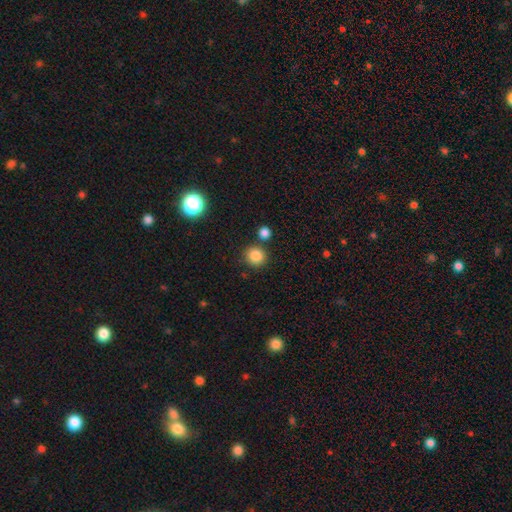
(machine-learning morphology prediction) smooth_or_featured: smooth (p=0.85) [alt: star or artifact p=0.11]
how_rounded: round (p=0.90) [alt: in between p=0.09]
merging: none (p=0.80) [alt: merger p=0.09]